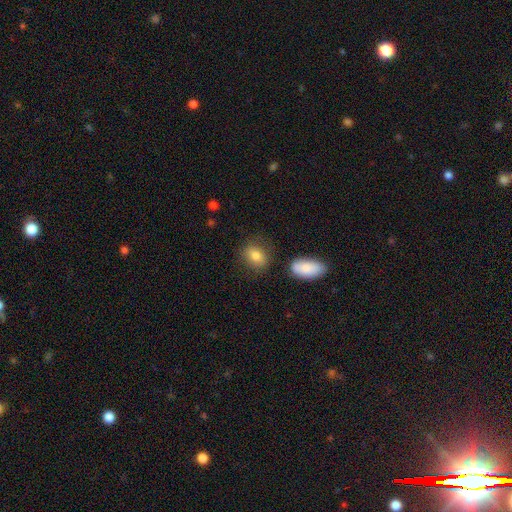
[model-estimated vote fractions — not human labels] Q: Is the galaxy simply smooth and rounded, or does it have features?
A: smooth — 82%.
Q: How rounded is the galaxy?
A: in between — 63%.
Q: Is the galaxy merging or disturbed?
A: none — 78%.